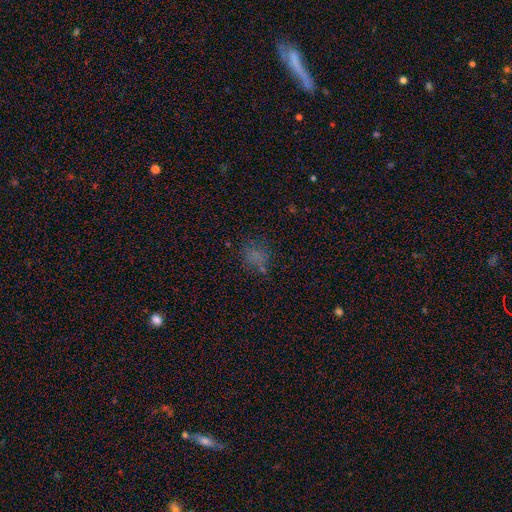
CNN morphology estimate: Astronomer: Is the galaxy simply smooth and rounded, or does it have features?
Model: smooth — 58%.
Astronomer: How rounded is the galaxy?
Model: round — 62%.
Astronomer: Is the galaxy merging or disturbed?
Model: none — 66%.